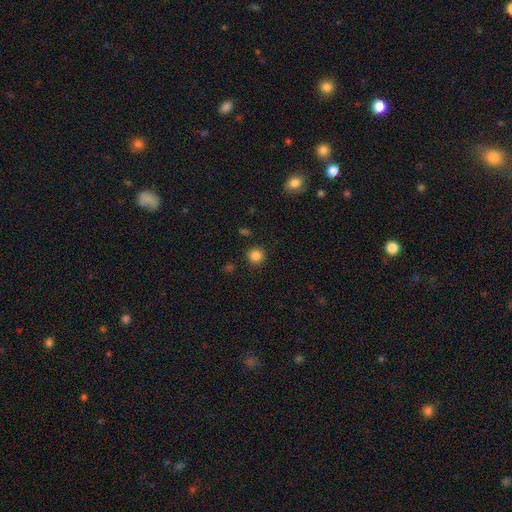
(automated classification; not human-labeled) Smooth or featured? Predicted: smooth (p=0.84). How rounded? Predicted: round (p=0.94). Merging? Predicted: none (p=0.91).